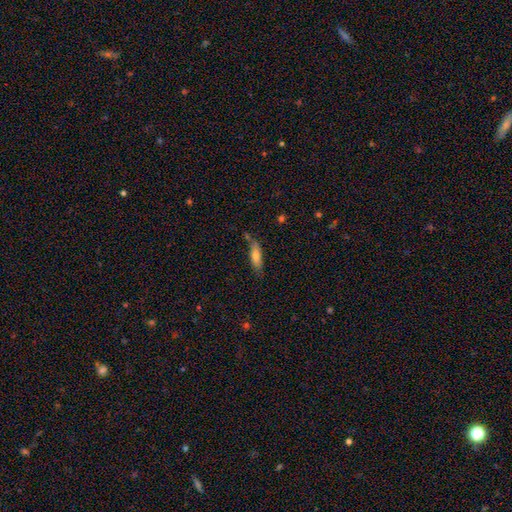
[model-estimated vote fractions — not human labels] smooth 73%, featured or disk 20%, star or artifact 7%. Down the decision tree: how rounded — cigar-shaped (52%); merging — none (67%).